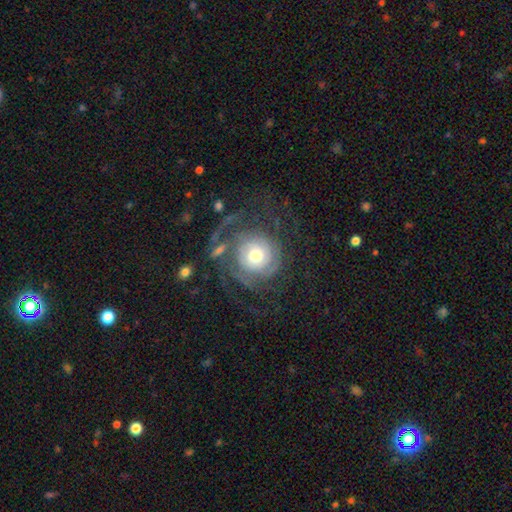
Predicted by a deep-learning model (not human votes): Overall: featured or disk (81%). Edge-on disk: no (97%). Bar: no (76%). Spiral arms: yes (93%). Spiral arm count: can't tell (34%; 2 25%). Spiral winding: tight (64%; medium 24%). Bulge size: moderate (64%). Merging: none (56%; major disturbance 24%).